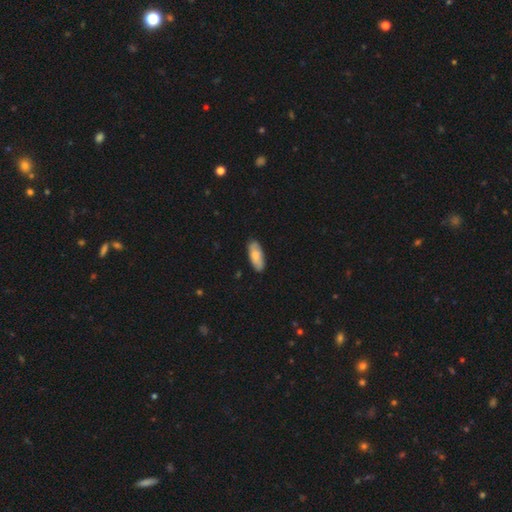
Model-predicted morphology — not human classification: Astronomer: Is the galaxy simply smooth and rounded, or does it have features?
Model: smooth — 75%.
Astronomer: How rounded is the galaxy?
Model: in between — 81%.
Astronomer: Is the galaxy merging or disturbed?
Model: none — 84%.